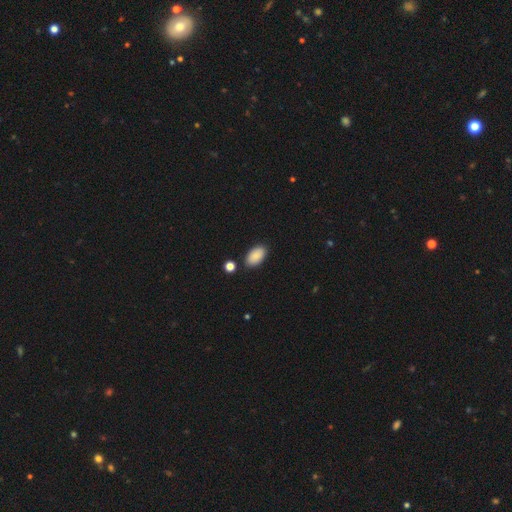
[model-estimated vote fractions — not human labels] The model was most divided on "merging": none: 85%, minor disturbance: 9%, merger: 3%, major disturbance: 2%. More confident: how rounded — in between (95%); smooth or featured — smooth (89%).